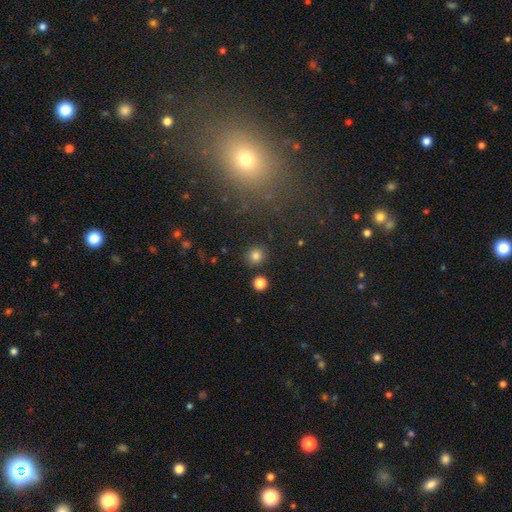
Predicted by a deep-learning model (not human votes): smooth-or-featured: smooth: 82% | star or artifact: 13% | featured or disk: 5%
  how-rounded: round: 90% | in between: 9% | cigar-shaped: 1%
  merging: none: 87% | minor disturbance: 6% | merger: 4% | major disturbance: 2%